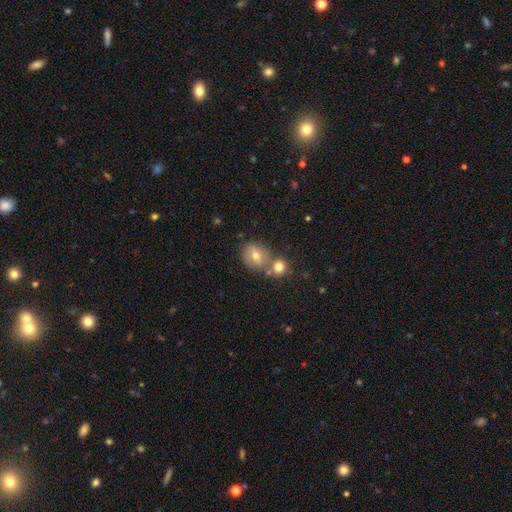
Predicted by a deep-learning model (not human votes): smooth 69%, featured or disk 20%, star or artifact 11%. Down the decision tree: how rounded — round (65%); merging — none (51%).